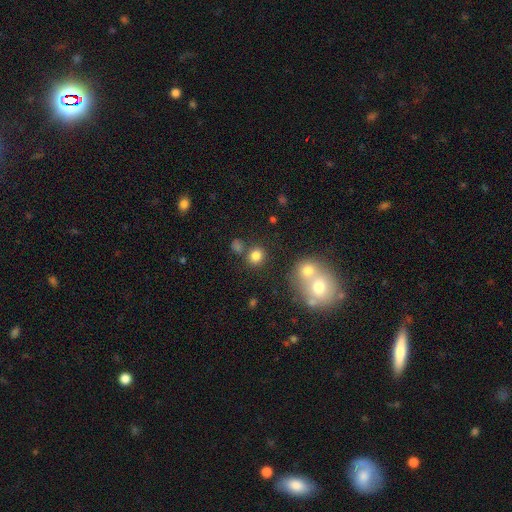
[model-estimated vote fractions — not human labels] A smooth galaxy with no disk features (80%) that is round (82%).

Vote fractions:
- Smooth or featured? smooth: 80% / star or artifact: 14% / featured or disk: 7%
- How rounded? round: 82% / in between: 17% / cigar-shaped: 1%
- Merging? none: 74% / merger: 13% / minor disturbance: 8% / major disturbance: 4%